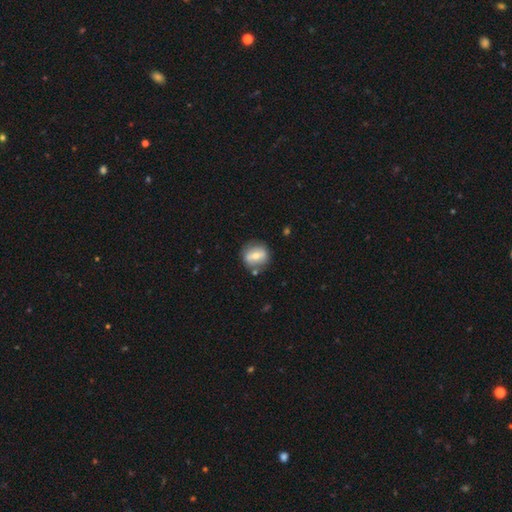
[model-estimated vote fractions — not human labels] Smooth or featured?
  - smooth: 54% *
  - featured or disk: 39%
  - star or artifact: 8%
How rounded?
  - round: 77% *
  - in between: 22%
  - cigar-shaped: 2%
Merging?
  - none: 77% *
  - minor disturbance: 13%
  - merger: 6%
  - major disturbance: 4%